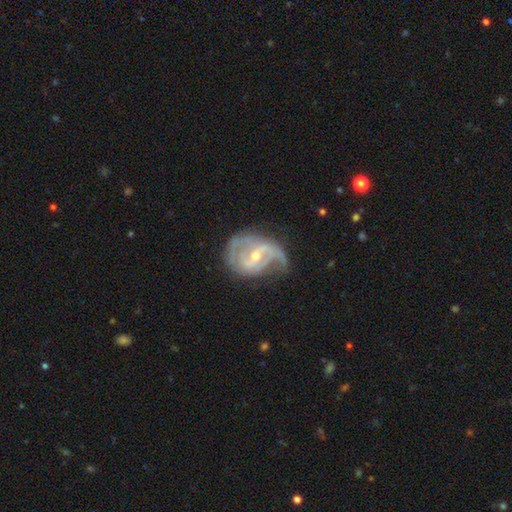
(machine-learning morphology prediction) type=featured or disk (84%); edge-on=no (97%); bar=weak (50%); spiral arms=yes (89%); winding=medium (44%); arm count=2 (56%); bulge=small (56%); merging=none (45%).